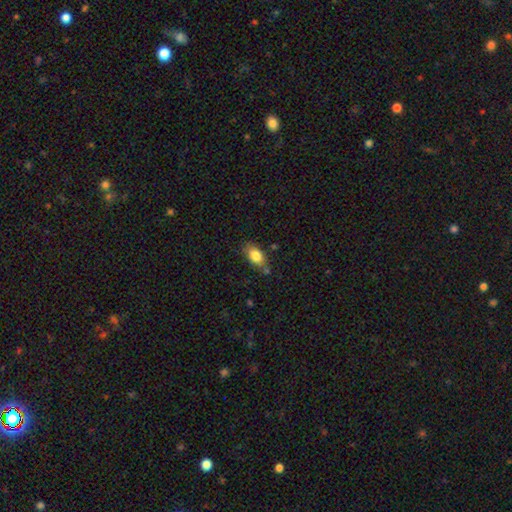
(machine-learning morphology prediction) Q: Smooth or featured?
A: smooth (82%); runner-up: featured or disk (10%)
Q: How rounded?
A: in between (87%); runner-up: round (9%)
Q: Merging?
A: none (69%); runner-up: minor disturbance (20%)